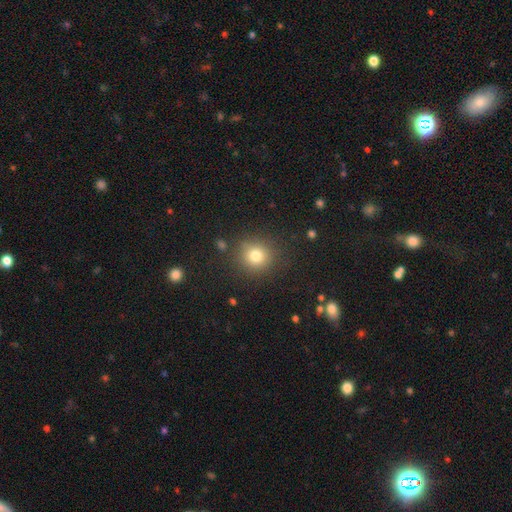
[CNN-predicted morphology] A smooth galaxy with no disk features (78%) that is round (91%).

Vote fractions:
- Smooth or featured? smooth: 78% / star or artifact: 14% / featured or disk: 8%
- How rounded? round: 91% / in between: 8% / cigar-shaped: 1%
- Merging? none: 87% / minor disturbance: 8% / major disturbance: 3% / merger: 2%